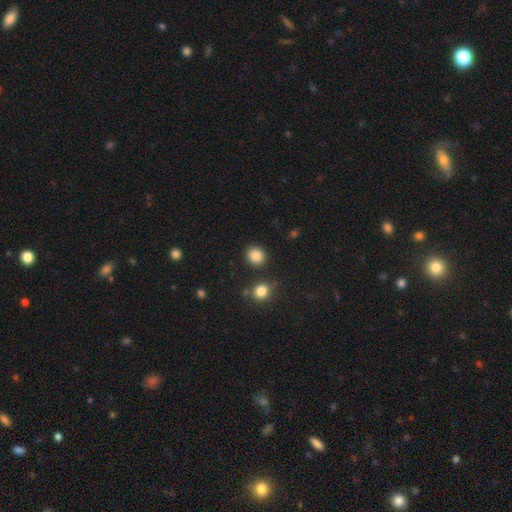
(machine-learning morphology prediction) smooth 86%, star or artifact 10%, featured or disk 4%. Down the decision tree: how rounded — round (80%); merging — none (86%).